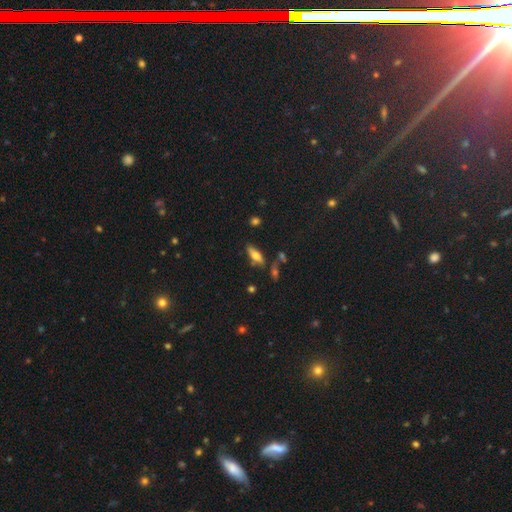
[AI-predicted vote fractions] smooth-or-featured: smooth: 60% | featured or disk: 31% | star or artifact: 9%
  how-rounded: in between: 64% | cigar-shaped: 33% | round: 3%
  merging: none: 68% | minor disturbance: 17% | merger: 10% | major disturbance: 6%